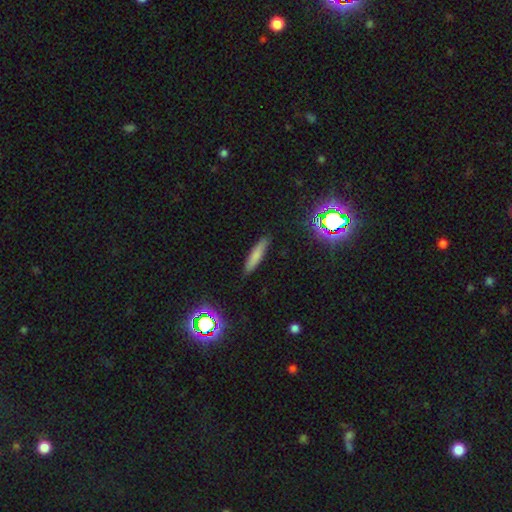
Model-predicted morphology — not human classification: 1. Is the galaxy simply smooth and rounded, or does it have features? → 72% smooth, 16% featured or disk, 11% star or artifact.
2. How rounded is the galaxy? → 82% cigar-shaped, 16% in between, 2% round.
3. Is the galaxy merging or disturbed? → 86% none, 10% minor disturbance, 2% major disturbance, 1% merger.